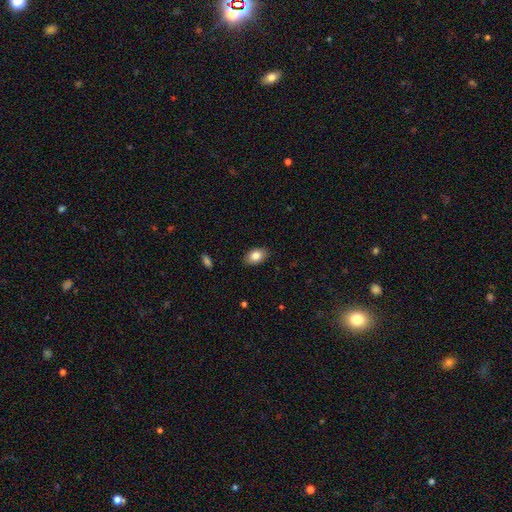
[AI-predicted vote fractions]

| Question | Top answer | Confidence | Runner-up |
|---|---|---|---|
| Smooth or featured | smooth | 83% | featured or disk (9%) |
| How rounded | in between | 86% | round (13%) |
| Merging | none | 88% | minor disturbance (9%) |